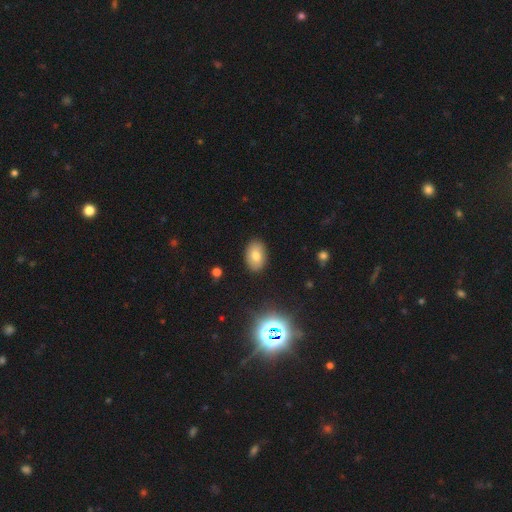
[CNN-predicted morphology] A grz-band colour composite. It shows a smooth galaxy with no disk features (73%) that is in between round and cigar-shaped (86%). Merging: none (88%).